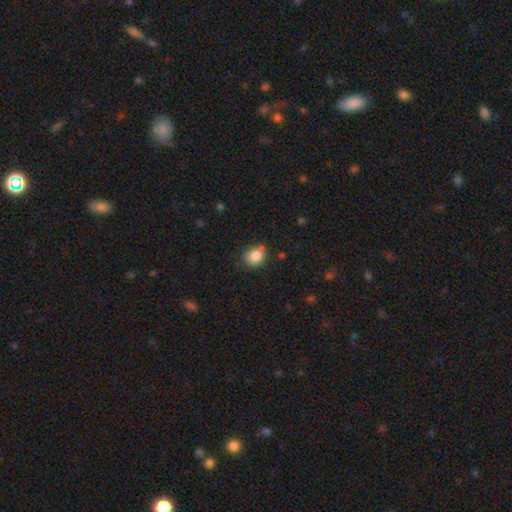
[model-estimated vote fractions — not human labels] Smooth or featured: smooth — 84% (star or artifact — 10%)
How rounded: round — 58% (in between — 41%)
Merging: none — 71% (minor disturbance — 20%)